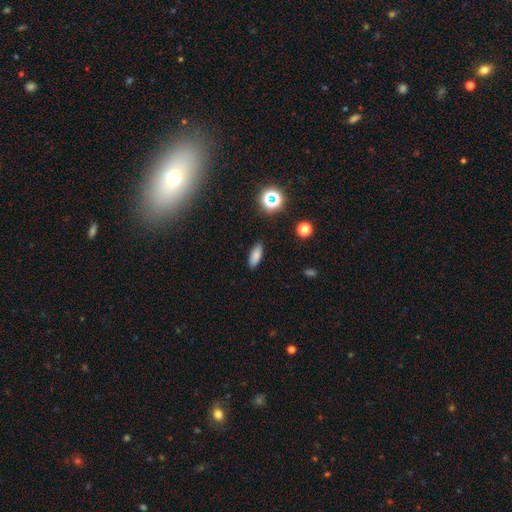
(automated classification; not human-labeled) Smooth or featured? Predicted: smooth (p=0.81). How rounded? Predicted: in between (p=0.76). Merging? Predicted: none (p=0.88).